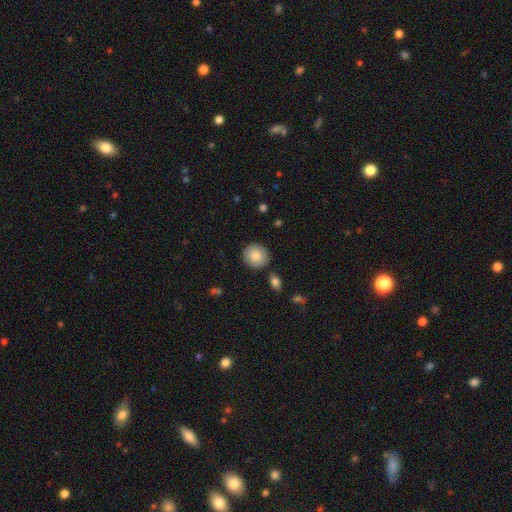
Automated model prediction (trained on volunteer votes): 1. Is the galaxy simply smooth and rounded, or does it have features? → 86% smooth, 8% featured or disk, 7% star or artifact.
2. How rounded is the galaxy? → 88% round, 11% in between, 1% cigar-shaped.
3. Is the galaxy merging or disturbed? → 86% none, 9% minor disturbance, 3% merger, 2% major disturbance.